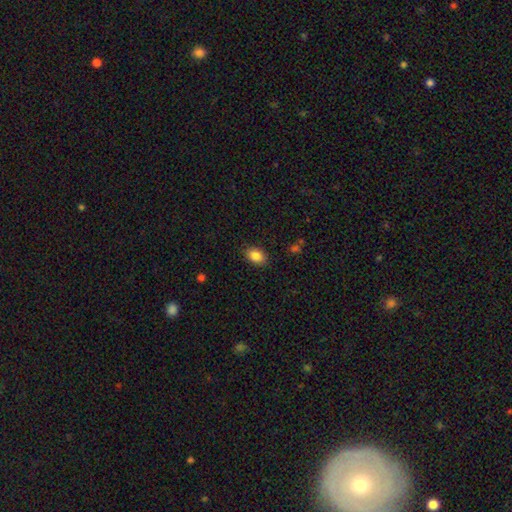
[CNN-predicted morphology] smooth 87%, star or artifact 8%, featured or disk 5%. Down the decision tree: how rounded — in between (82%); merging — none (86%).